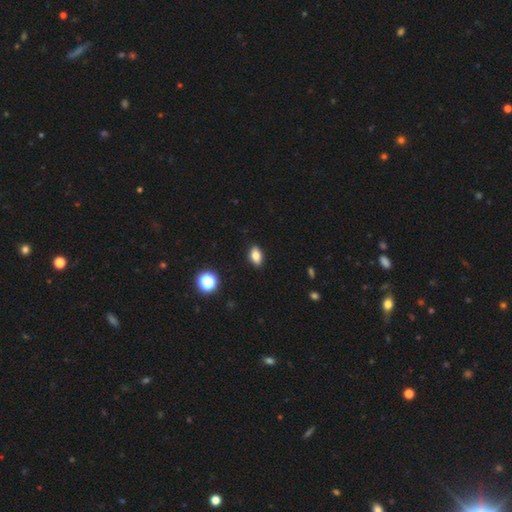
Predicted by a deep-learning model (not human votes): Q: Smooth or featured?
A: smooth (80%); runner-up: star or artifact (11%)
Q: How rounded?
A: in between (86%); runner-up: round (9%)
Q: Merging?
A: none (89%); runner-up: minor disturbance (8%)